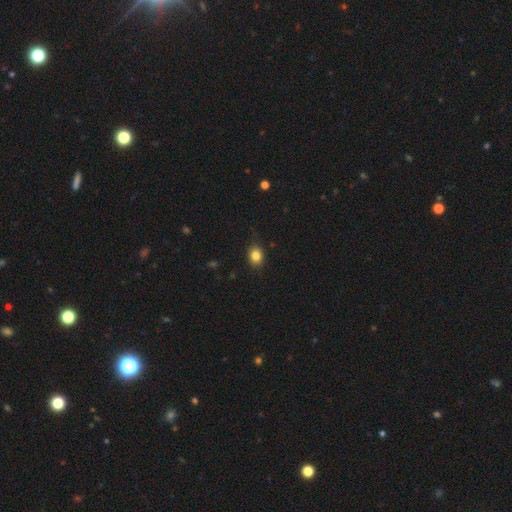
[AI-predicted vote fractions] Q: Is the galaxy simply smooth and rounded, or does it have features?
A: smooth — 84%.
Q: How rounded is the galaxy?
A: in between — 59%.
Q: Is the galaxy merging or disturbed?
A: none — 85%.